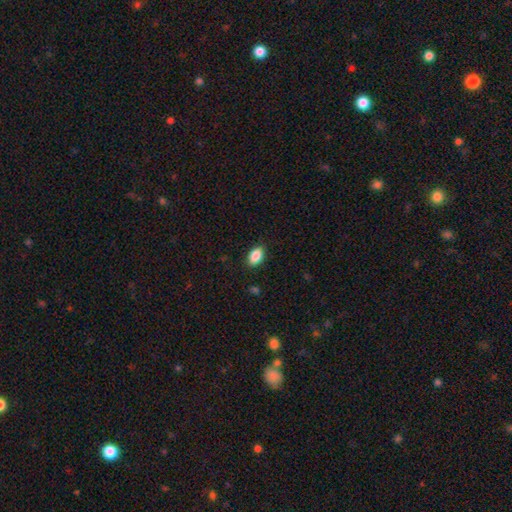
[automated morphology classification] This appears to be a smooth galaxy with no disk features (88%) that is in between round and cigar-shaped (91%). Merging: none (88%).